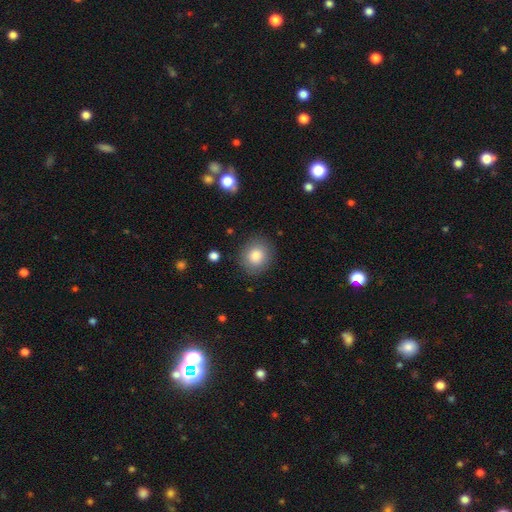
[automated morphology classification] This is clearly a smooth galaxy (82%). How rounded: likely round (79%). Merging: clearly none (86%).